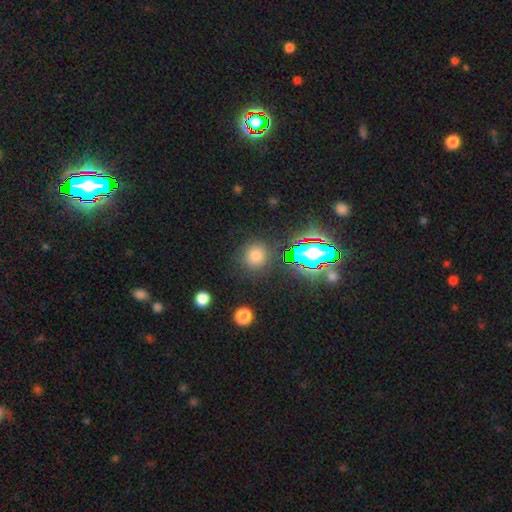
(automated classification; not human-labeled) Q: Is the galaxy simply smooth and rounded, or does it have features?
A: smooth — 70%.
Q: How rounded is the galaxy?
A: round — 87%.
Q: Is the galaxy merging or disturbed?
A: none — 84%.